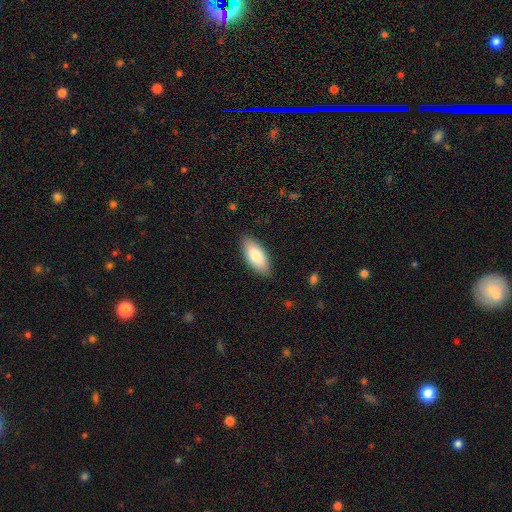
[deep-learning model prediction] Smooth or featured? smooth (81%)
How rounded? in between (87%)
Merging? none (86%)